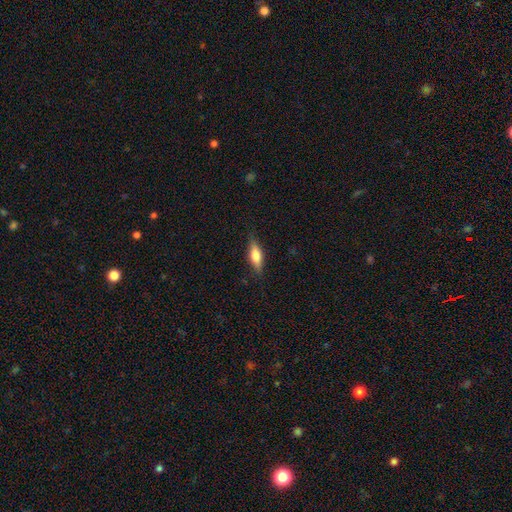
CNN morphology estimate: A smooth galaxy with no disk features (58%) that is in between round and cigar-shaped (49%). Merging: none (84%).